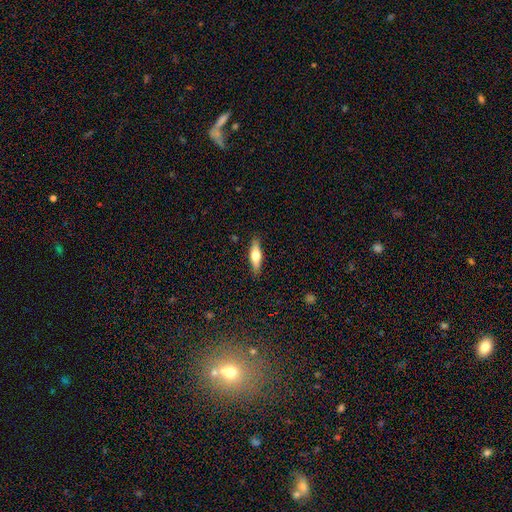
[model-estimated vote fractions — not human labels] smooth_or_featured: smooth (p=0.56) [alt: featured or disk p=0.38]
how_rounded: cigar-shaped (p=0.55) [alt: in between p=0.42]
merging: none (p=0.88) [alt: minor disturbance p=0.09]